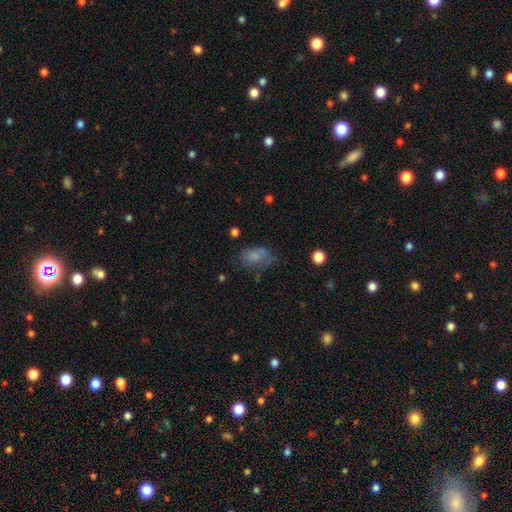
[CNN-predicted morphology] This appears to be a smooth galaxy with no disk features (73%) that is in between round and cigar-shaped (88%). Merging: none (46%).